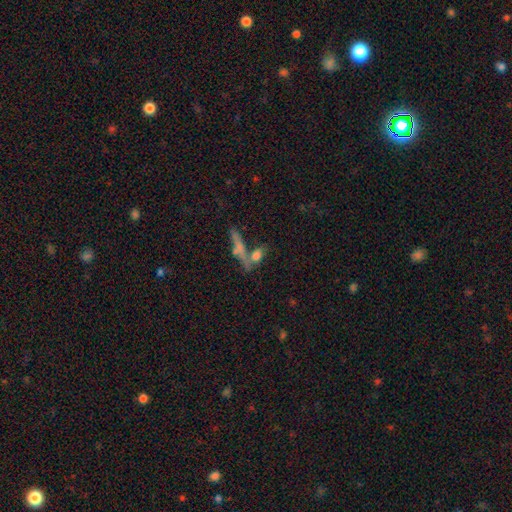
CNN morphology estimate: The model was most divided on "smooth or featured": smooth: 41%, featured or disk: 38%, star or artifact: 21%. Remaining: merging — none (48%).